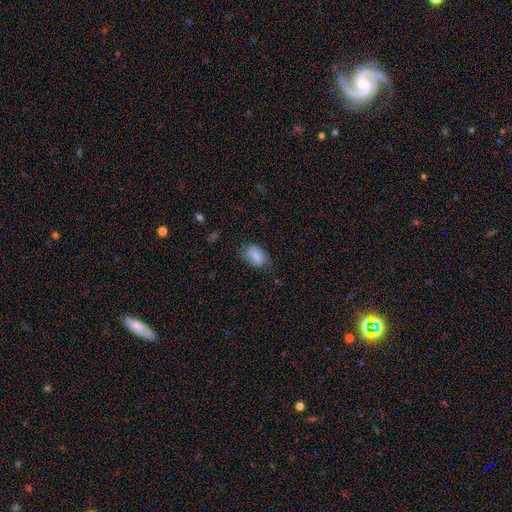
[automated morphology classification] smooth_or_featured: smooth (p=0.75) [alt: featured or disk p=0.18]
how_rounded: in between (p=0.91) [alt: round p=0.07]
merging: none (p=0.62) [alt: minor disturbance p=0.28]